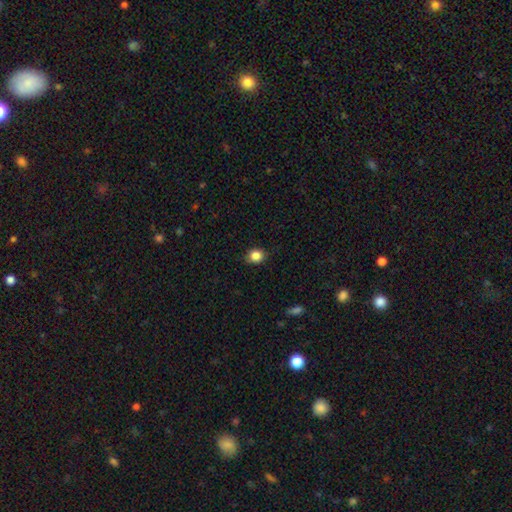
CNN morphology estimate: Overall: smooth (85%). How rounded: round (66%; in between 33%). Merging: none (86%).